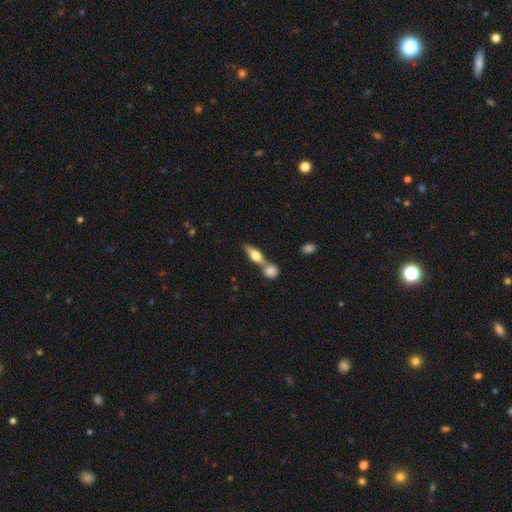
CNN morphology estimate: Smooth or featured? Predicted: featured or disk (p=0.50). Merging? Predicted: none (p=0.50).